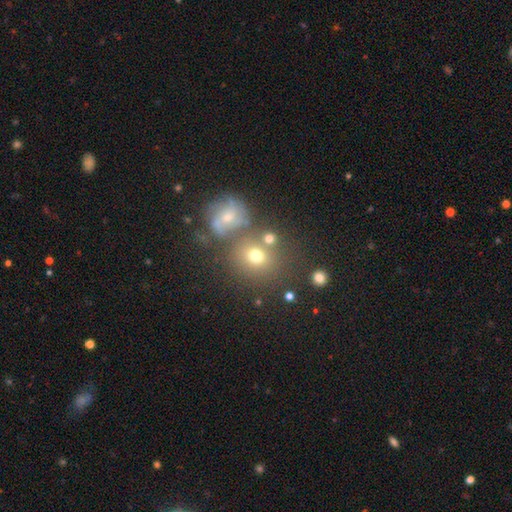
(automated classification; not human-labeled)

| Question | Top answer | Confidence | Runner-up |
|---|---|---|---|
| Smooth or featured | smooth | 69% | featured or disk (16%) |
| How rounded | round | 76% | in between (23%) |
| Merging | none | 60% | merger (23%) |